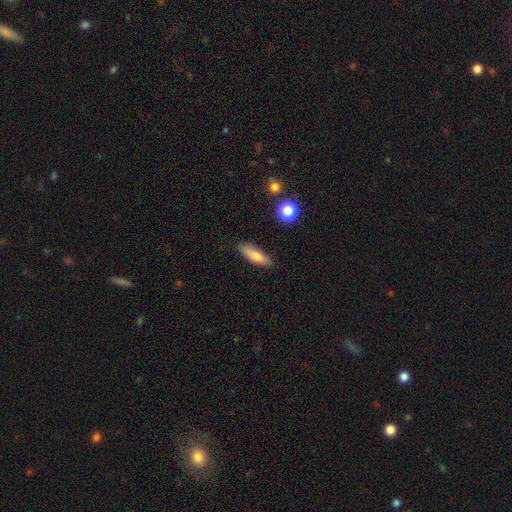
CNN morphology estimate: smooth_or_featured: smooth (p=0.77) [alt: featured or disk p=0.15]
how_rounded: cigar-shaped (p=0.52) [alt: in between p=0.45]
merging: none (p=0.83) [alt: minor disturbance p=0.12]